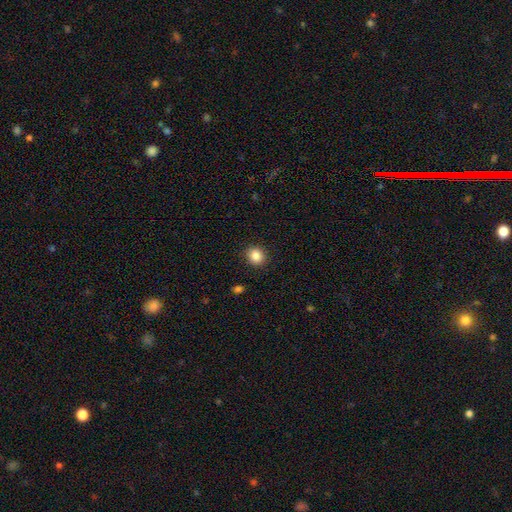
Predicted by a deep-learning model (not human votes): Overall: smooth (86%). How rounded: round (74%). Merging: none (90%).